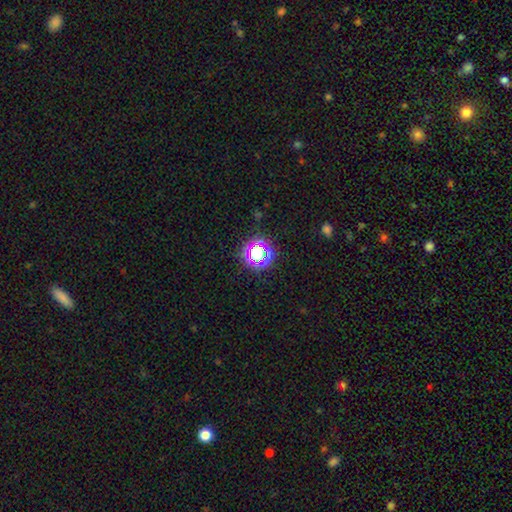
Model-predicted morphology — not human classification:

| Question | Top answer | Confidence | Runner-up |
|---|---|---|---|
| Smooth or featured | star or artifact | 63% | smooth (26%) |